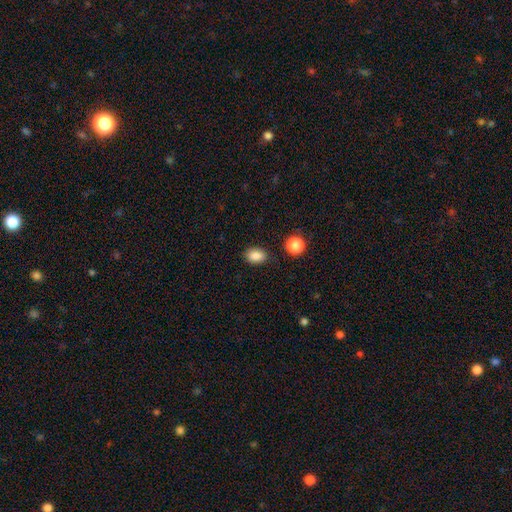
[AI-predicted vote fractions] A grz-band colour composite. It shows a smooth galaxy with no disk features (86%) that is in between round and cigar-shaped (74%). Merging: none (84%).